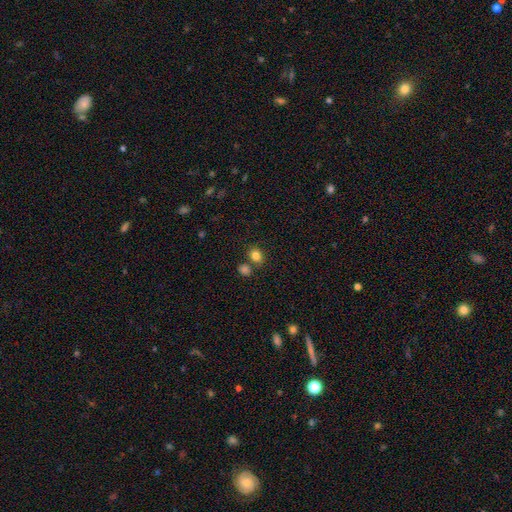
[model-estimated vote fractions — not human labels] Morphology: type=smooth (83%); roundness=round (56%); merging=none (70%).